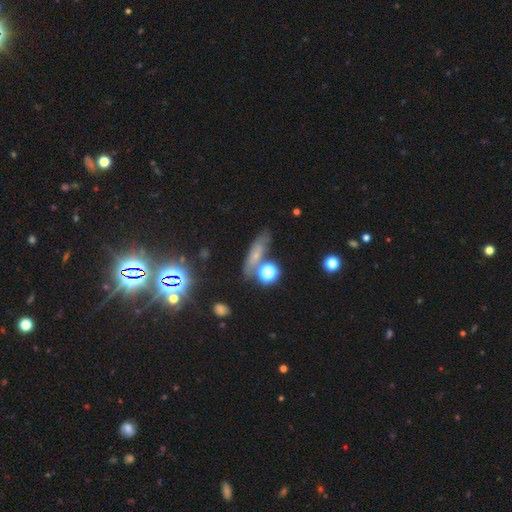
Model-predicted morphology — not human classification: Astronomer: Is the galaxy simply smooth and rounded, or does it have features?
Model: smooth — 50% (runner-up: star or artifact, 26%).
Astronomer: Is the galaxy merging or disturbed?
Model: none — 66%.